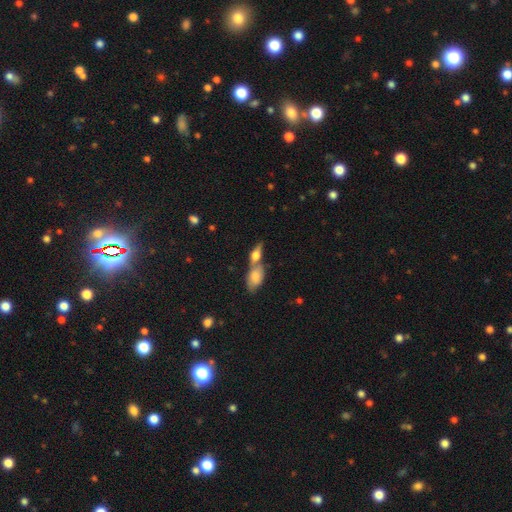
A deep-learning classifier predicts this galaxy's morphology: smooth-or-featured: smooth: 63% | featured or disk: 29% | star or artifact: 8%
  how-rounded: in between: 70% | cigar-shaped: 22% | round: 9%
  merging: merger: 59% | none: 30% | minor disturbance: 8% | major disturbance: 4%